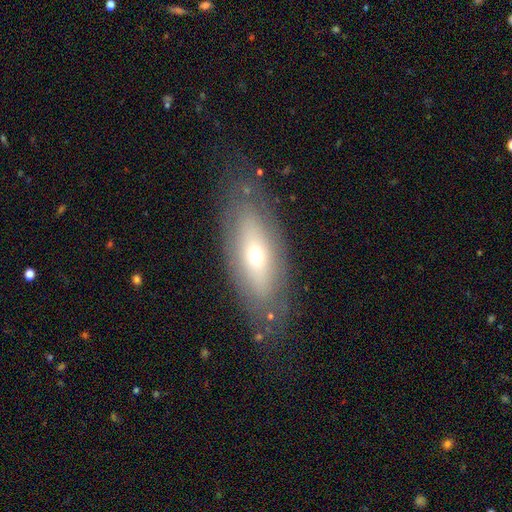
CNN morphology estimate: type=smooth (51%); roundness=in between (71%); merging=none (76%).